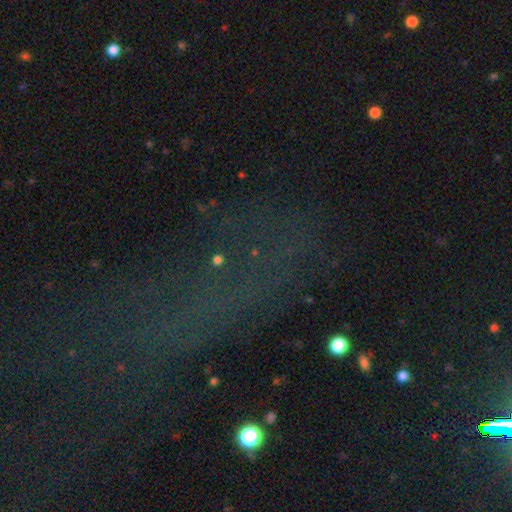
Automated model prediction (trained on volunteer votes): Morphology: type=star or artifact (60%).